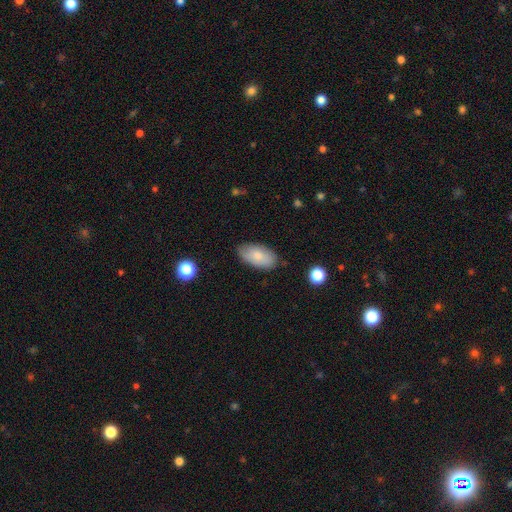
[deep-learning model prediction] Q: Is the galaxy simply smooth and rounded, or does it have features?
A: smooth — 80%.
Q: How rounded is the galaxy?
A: in between — 94%.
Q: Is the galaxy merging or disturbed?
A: none — 81%.